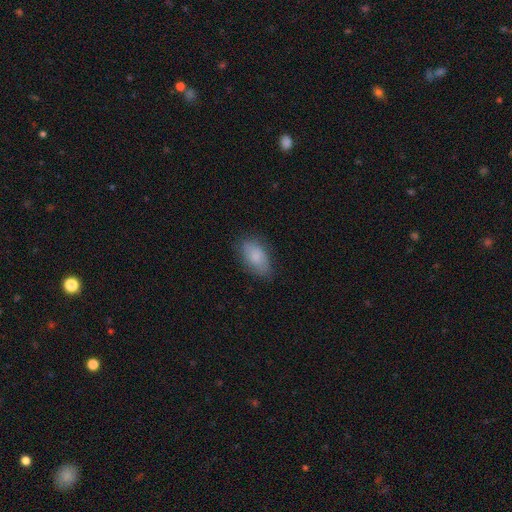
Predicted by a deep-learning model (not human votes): Smooth or featured? smooth (80%)
How rounded? in between (93%)
Merging? none (75%)